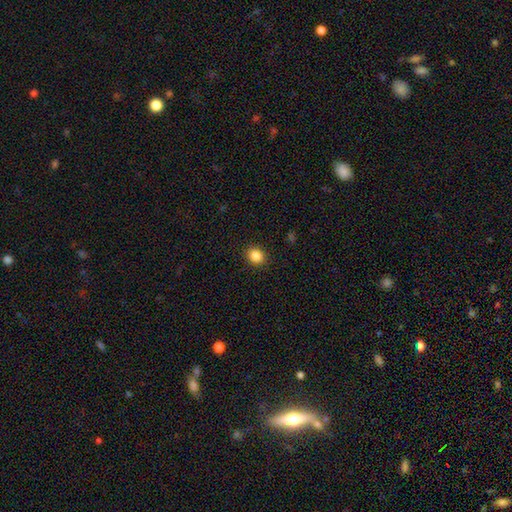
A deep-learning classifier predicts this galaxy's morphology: Smooth or featured: smooth — 85% (star or artifact — 10%)
How rounded: round — 75% (in between — 24%)
Merging: none — 91% (minor disturbance — 6%)